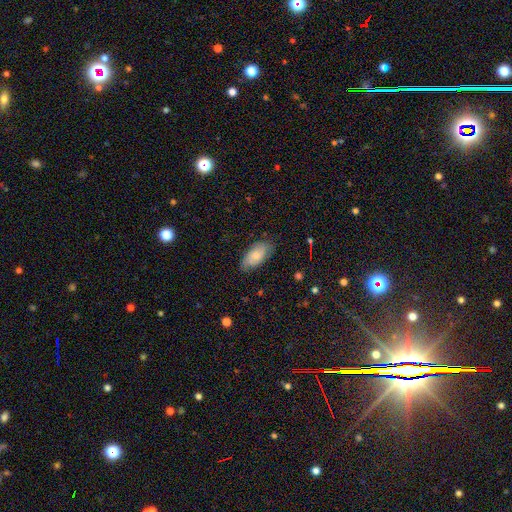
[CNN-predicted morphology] type=smooth (69%); roundness=in between (92%); merging=none (77%).